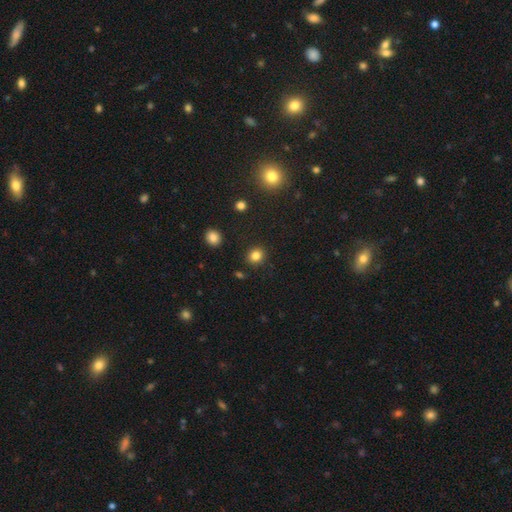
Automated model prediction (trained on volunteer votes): Q: Smooth or featured?
A: smooth (83%); runner-up: star or artifact (12%)
Q: How rounded?
A: round (74%); runner-up: in between (25%)
Q: Merging?
A: none (88%); runner-up: minor disturbance (7%)